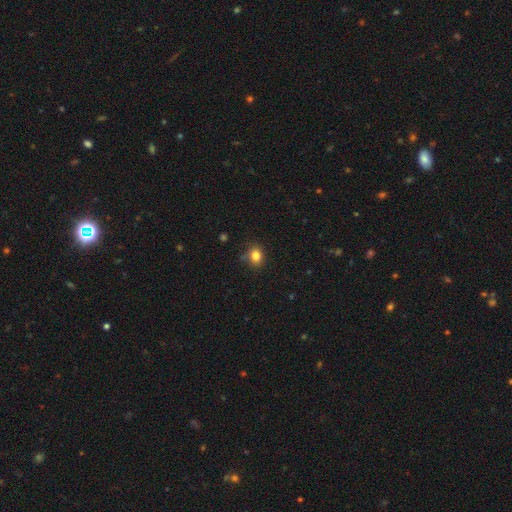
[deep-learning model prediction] smooth_or_featured: smooth (p=0.82) [alt: star or artifact p=0.12]
how_rounded: round (p=0.56) [alt: in between p=0.43]
merging: none (p=0.78) [alt: minor disturbance p=0.16]